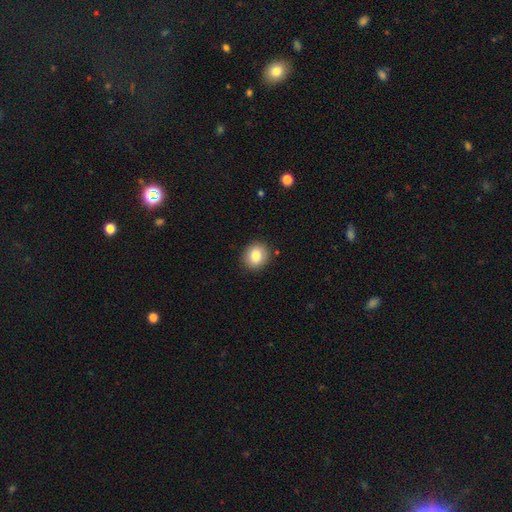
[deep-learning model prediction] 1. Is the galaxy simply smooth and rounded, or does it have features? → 82% smooth, 9% star or artifact, 9% featured or disk.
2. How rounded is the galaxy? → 78% round, 21% in between, 1% cigar-shaped.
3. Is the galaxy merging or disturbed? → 90% none, 7% minor disturbance, 2% major disturbance, 1% merger.